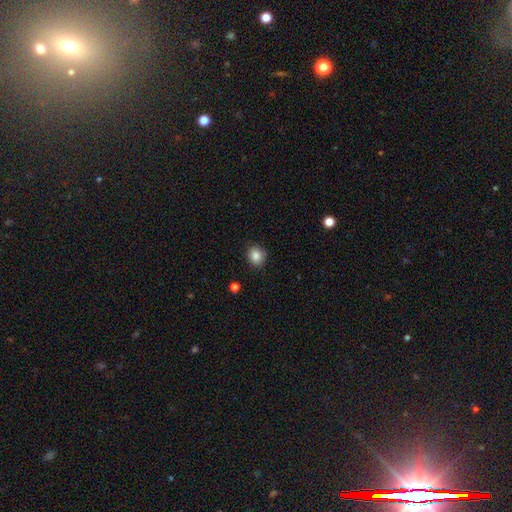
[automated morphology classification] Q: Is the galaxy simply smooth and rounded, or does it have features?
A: smooth — 86%.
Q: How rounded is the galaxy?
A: round — 71%.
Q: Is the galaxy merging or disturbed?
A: none — 85%.